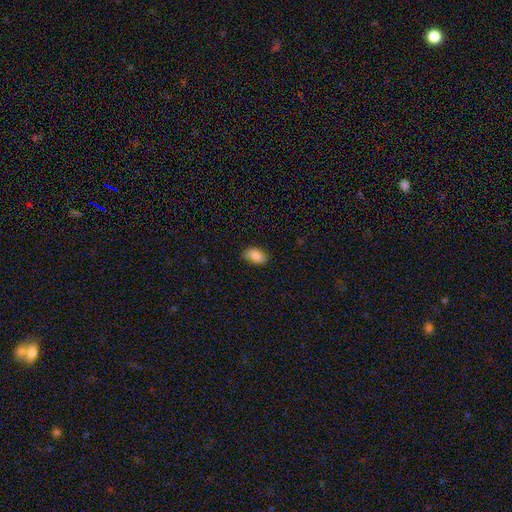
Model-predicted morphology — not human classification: This is clearly a smooth galaxy (87%). How rounded: clearly in between (92%). Merging: clearly none (80%).